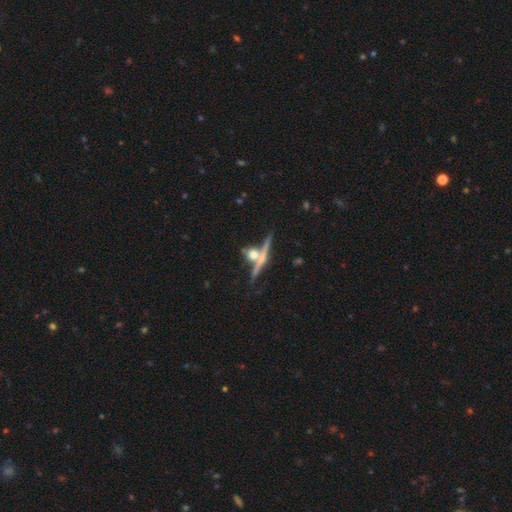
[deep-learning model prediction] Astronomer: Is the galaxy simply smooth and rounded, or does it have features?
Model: featured or disk — 48% (runner-up: smooth, 39%).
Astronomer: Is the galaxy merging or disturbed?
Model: none — 58%.